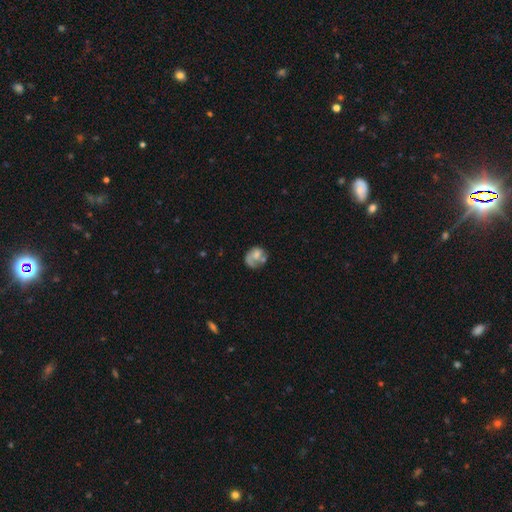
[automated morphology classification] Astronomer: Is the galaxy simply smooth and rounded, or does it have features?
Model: featured or disk — 47% (runner-up: smooth, 44%).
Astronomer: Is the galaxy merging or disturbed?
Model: none — 35% (runner-up: major disturbance, 26%).